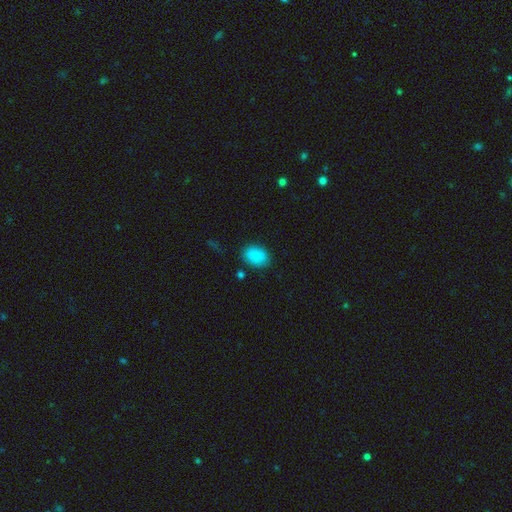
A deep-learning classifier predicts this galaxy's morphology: This is clearly a smooth galaxy (87%). How rounded: likely in between (80%). Merging: clearly none (82%).